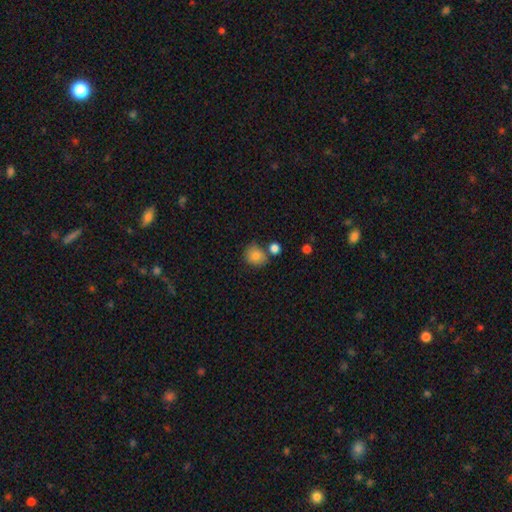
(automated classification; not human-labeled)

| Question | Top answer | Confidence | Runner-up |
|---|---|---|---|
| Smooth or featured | smooth | 84% | star or artifact (10%) |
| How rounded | round | 77% | in between (23%) |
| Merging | none | 65% | merger (17%) |